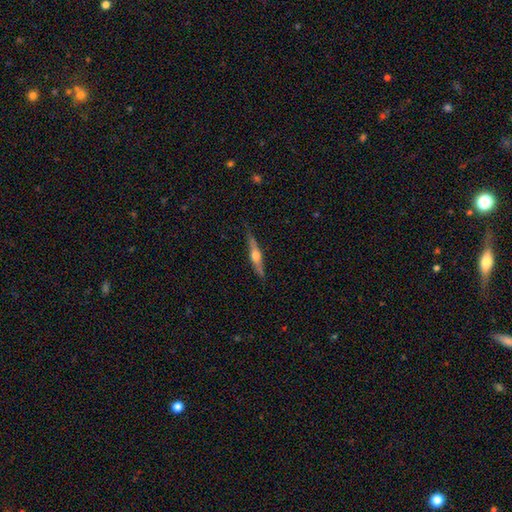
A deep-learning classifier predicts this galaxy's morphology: This appears to be a featured or disk galaxy (65%) viewed edge-on (97%) with a rounded central bulge (93%). Merging: none (85%).